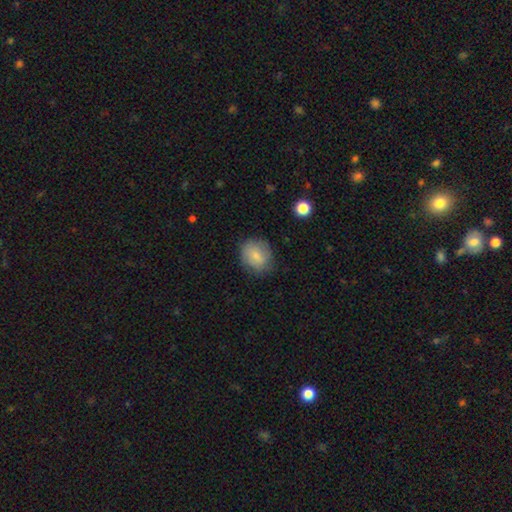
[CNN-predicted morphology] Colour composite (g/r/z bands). It shows a smooth galaxy with no disk features (79%) that is round (69%). Merging: none (75%).